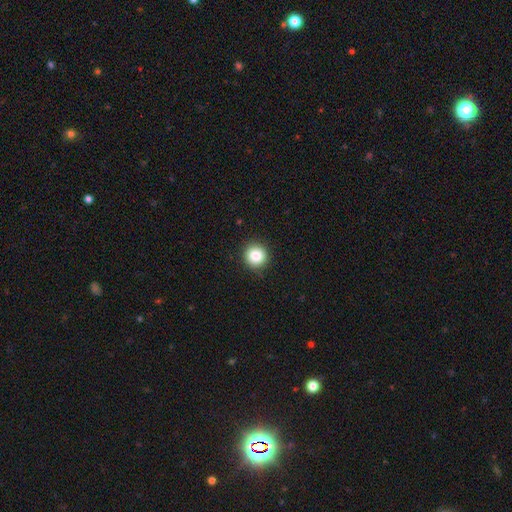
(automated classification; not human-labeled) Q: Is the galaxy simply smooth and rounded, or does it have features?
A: smooth — 85%.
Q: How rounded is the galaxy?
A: round — 92%.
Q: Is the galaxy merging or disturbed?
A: none — 90%.